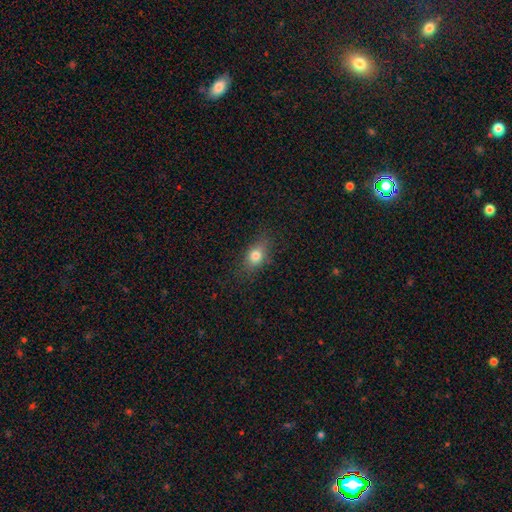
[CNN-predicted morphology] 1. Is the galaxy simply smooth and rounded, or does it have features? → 78% smooth, 11% star or artifact, 11% featured or disk.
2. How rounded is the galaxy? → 70% in between, 25% round, 5% cigar-shaped.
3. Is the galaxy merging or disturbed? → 78% none, 16% minor disturbance, 5% major disturbance, 1% merger.